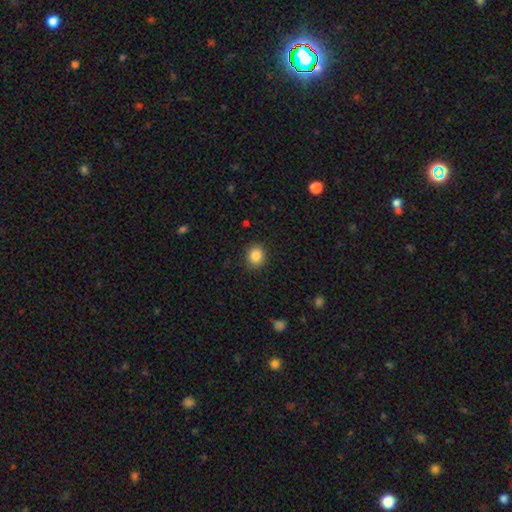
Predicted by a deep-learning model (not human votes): This appears to be a smooth galaxy with no disk features (86%) that is round (72%). Merging: none (89%).